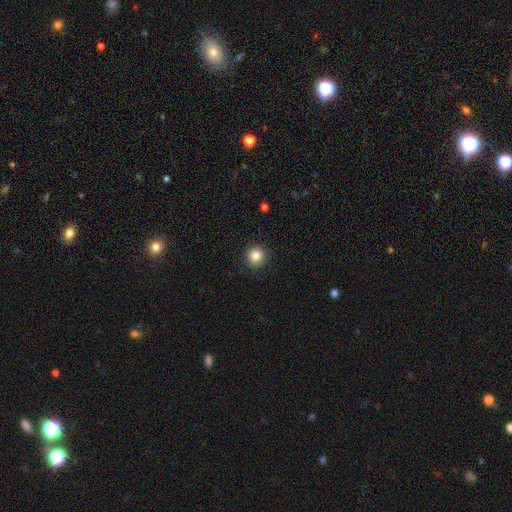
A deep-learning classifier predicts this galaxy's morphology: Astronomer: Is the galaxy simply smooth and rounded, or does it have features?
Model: smooth — 86%.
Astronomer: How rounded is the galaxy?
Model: round — 95%.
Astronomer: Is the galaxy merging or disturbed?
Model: none — 92%.